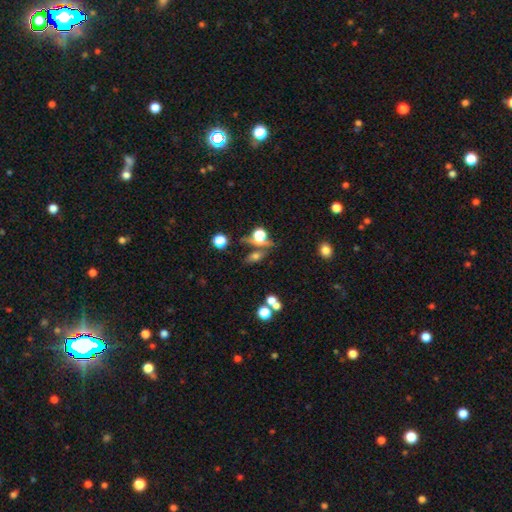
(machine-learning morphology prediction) This appears to be a smooth galaxy with no disk features (42%). Merging: none (62%).